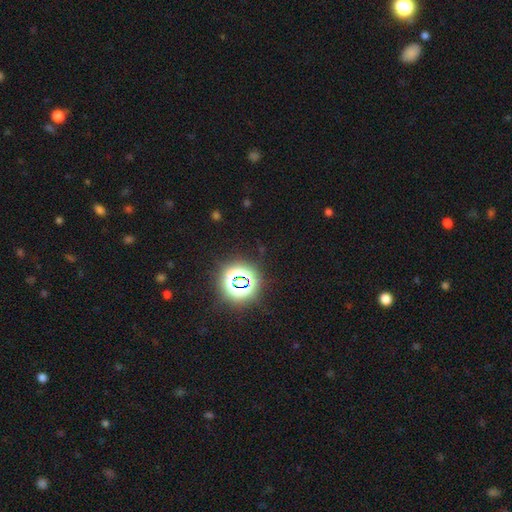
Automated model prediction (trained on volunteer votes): Smooth or featured? Predicted: star or artifact (p=0.83).